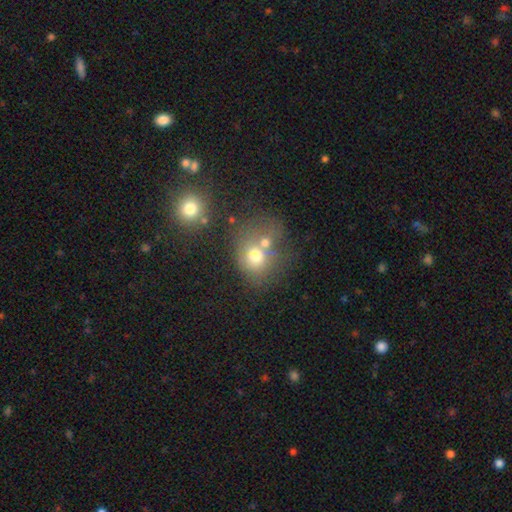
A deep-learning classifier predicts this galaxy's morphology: smooth 63%, featured or disk 21%, star or artifact 16%. Down the decision tree: how rounded — round (64%); merging — merger (52%).